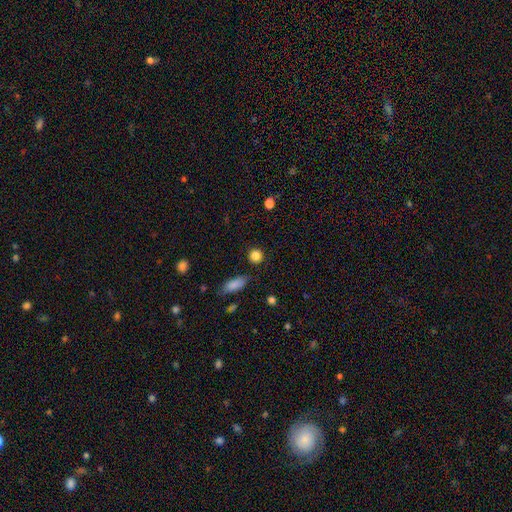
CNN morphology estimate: smooth 85%, star or artifact 10%, featured or disk 4%. Down the decision tree: how rounded — round (89%); merging — none (87%).